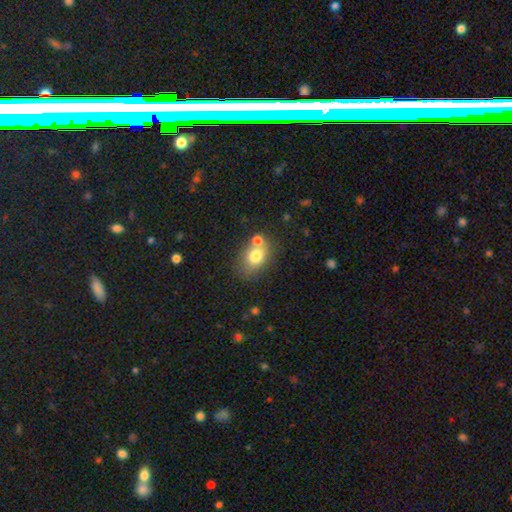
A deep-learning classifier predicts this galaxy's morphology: The model was most divided on "merging": none: 58%, merger: 23%, minor disturbance: 14%, major disturbance: 5%. More confident: smooth or featured — smooth (76%); how rounded — in between (70%).